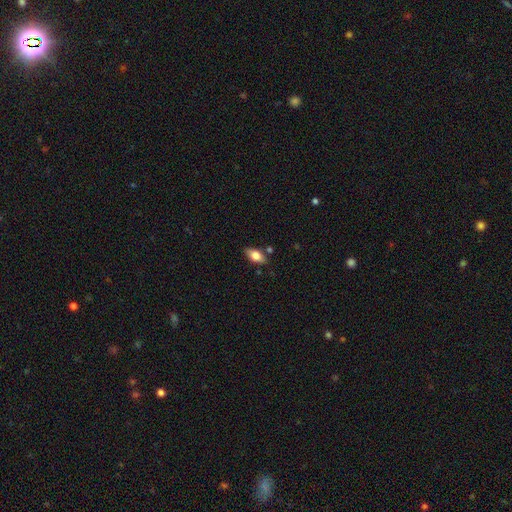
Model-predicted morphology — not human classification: This appears to be a smooth galaxy with no disk features (75%) that is in between round and cigar-shaped (88%). Merging: none (80%).